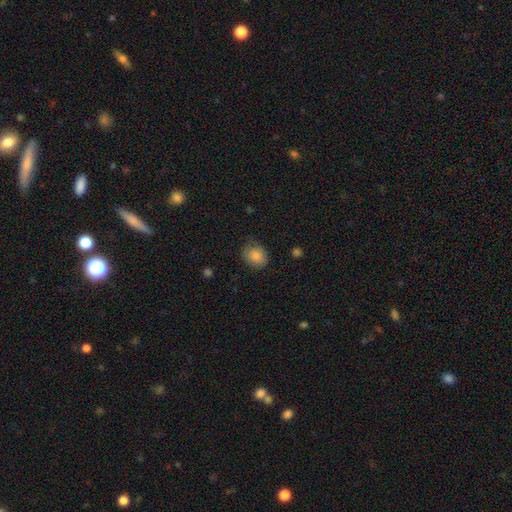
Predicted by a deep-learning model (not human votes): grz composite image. It shows a smooth galaxy with no disk features (86%) that is round (55%). Merging: none (72%).